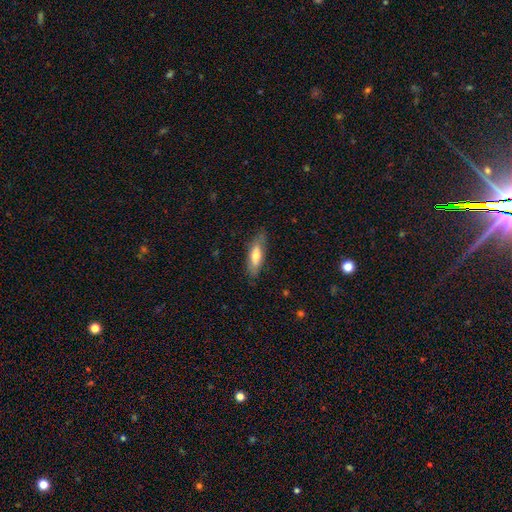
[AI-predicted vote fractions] Q: Smooth or featured?
A: smooth (67%); runner-up: featured or disk (27%)
Q: How rounded?
A: cigar-shaped (56%); runner-up: in between (43%)
Q: Merging?
A: none (78%); runner-up: minor disturbance (17%)